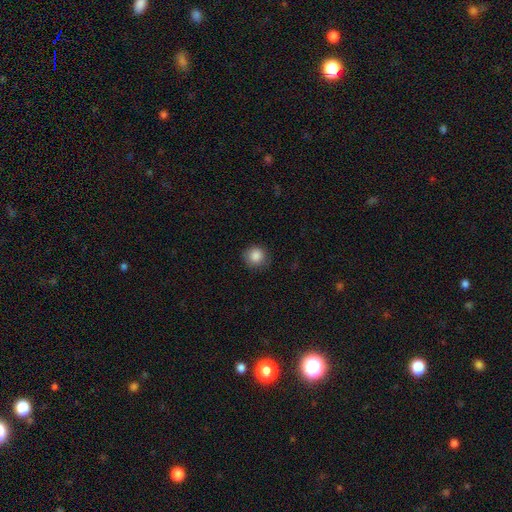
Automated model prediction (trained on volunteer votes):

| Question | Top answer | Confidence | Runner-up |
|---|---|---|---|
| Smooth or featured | smooth | 86% | star or artifact (9%) |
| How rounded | round | 90% | in between (9%) |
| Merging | none | 85% | minor disturbance (11%) |